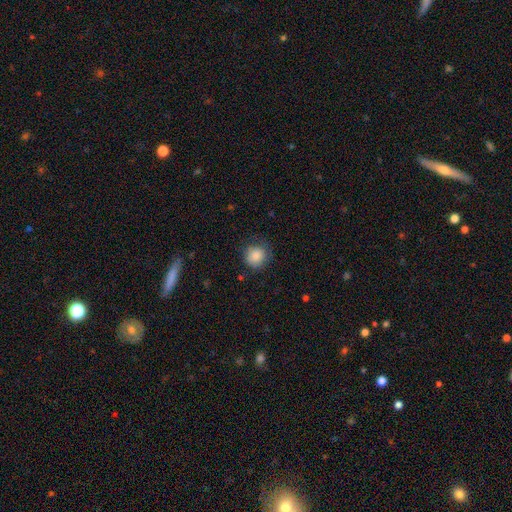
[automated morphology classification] smooth_or_featured: smooth (p=0.86) [alt: star or artifact p=0.09]
how_rounded: round (p=0.88) [alt: in between p=0.11]
merging: none (p=0.78) [alt: minor disturbance p=0.16]